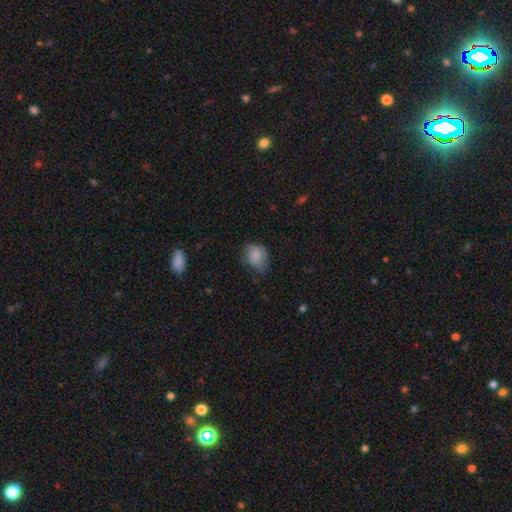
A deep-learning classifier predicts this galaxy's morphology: This appears to be a smooth galaxy with no disk features (80%) that is round (51%). Merging: none (52%).